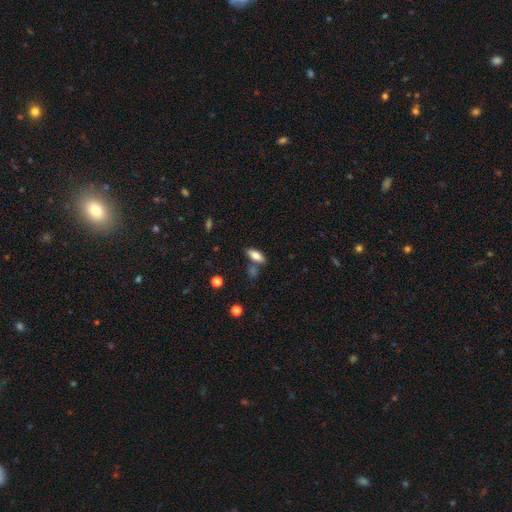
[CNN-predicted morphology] Smooth or featured: smooth — 77% (featured or disk — 15%)
How rounded: in between — 77% (cigar-shaped — 20%)
Merging: none — 72% (minor disturbance — 13%)